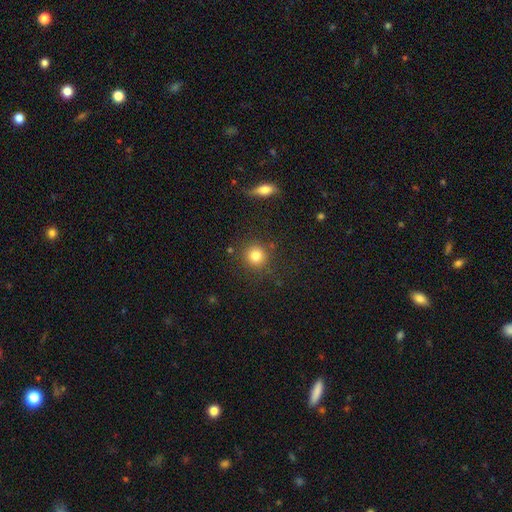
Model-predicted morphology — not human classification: A smooth galaxy with no disk features (82%) that is round (92%). Merging: none (85%).